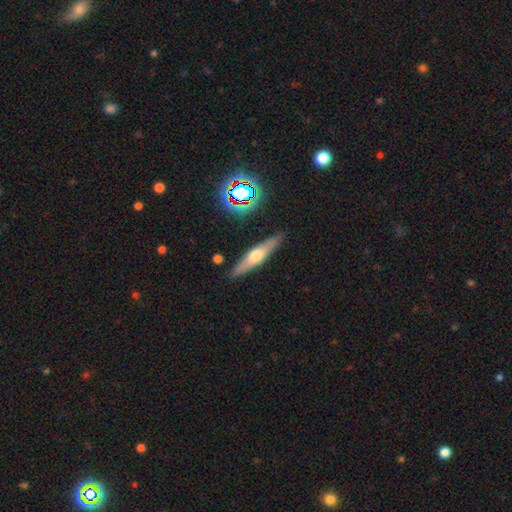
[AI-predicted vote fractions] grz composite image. It shows a featured or disk galaxy (50%) viewed edge-on (89%). Merging: none (88%).